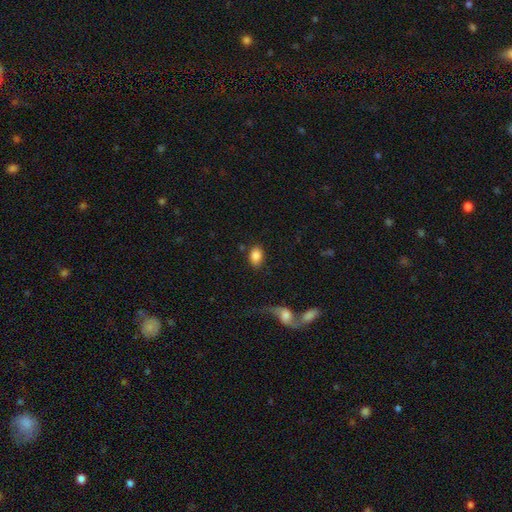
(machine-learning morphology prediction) A smooth galaxy with no disk features (85%) that is in between round and cigar-shaped (80%).

Vote fractions:
- Smooth or featured? smooth: 85% / star or artifact: 8% / featured or disk: 7%
- How rounded? in between: 80% / round: 18% / cigar-shaped: 1%
- Merging? none: 80% / minor disturbance: 12% / major disturbance: 4% / merger: 4%